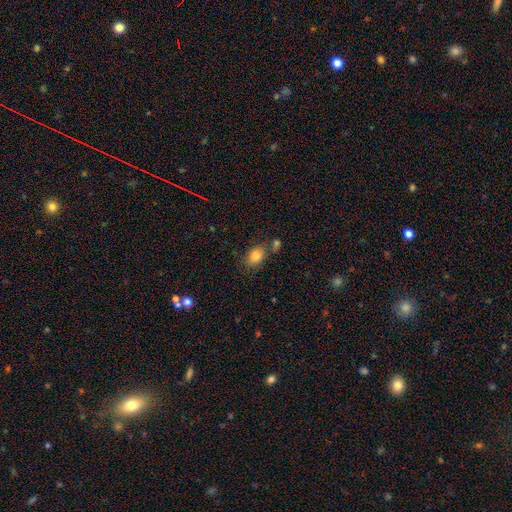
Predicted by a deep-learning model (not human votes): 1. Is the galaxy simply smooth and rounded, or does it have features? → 82% smooth, 9% star or artifact, 8% featured or disk.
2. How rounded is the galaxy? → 76% in between, 23% round, 2% cigar-shaped.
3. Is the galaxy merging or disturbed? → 60% none, 18% minor disturbance, 16% merger, 7% major disturbance.